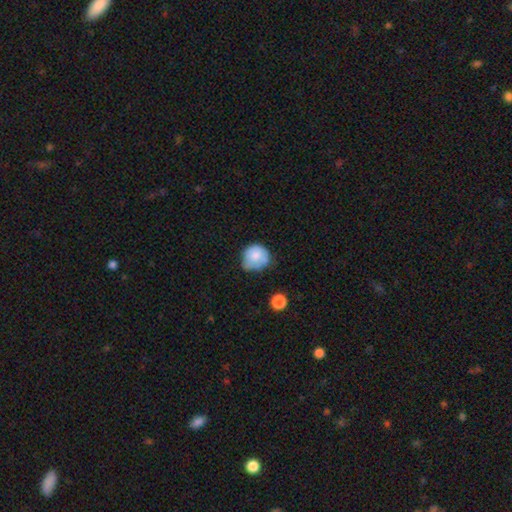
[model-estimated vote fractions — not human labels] Smooth or featured: smooth — 76% (featured or disk — 15%)
How rounded: round — 82% (in between — 17%)
Merging: none — 43% (minor disturbance — 41%)